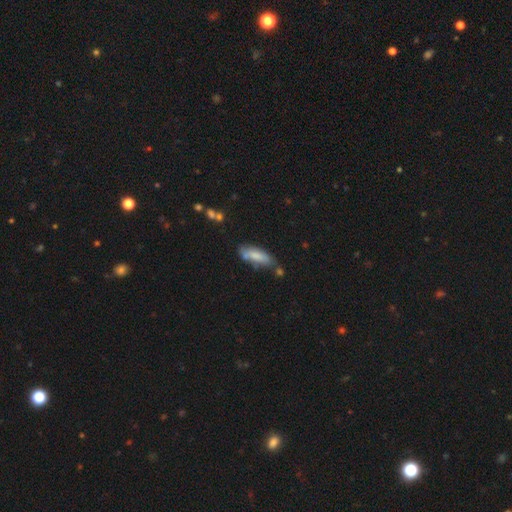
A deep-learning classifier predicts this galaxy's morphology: Smooth or featured?
  - smooth: 76% *
  - featured or disk: 18%
  - star or artifact: 7%
How rounded?
  - in between: 64% *
  - cigar-shaped: 34%
  - round: 2%
Merging?
  - none: 54% *
  - minor disturbance: 27%
  - merger: 11%
  - major disturbance: 7%